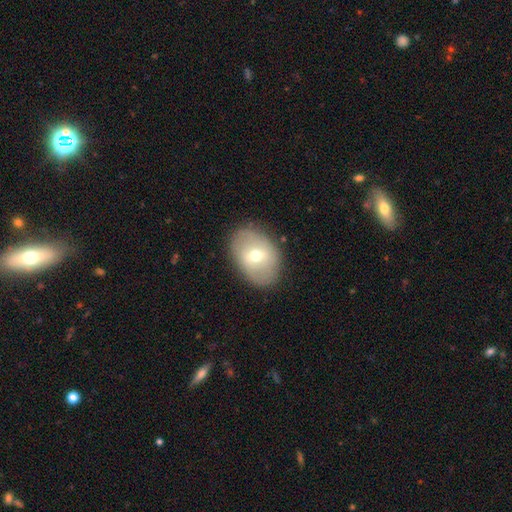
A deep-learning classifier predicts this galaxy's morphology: A smooth galaxy with no disk features (54%) that is in between round and cigar-shaped (75%). Merging: none (83%).